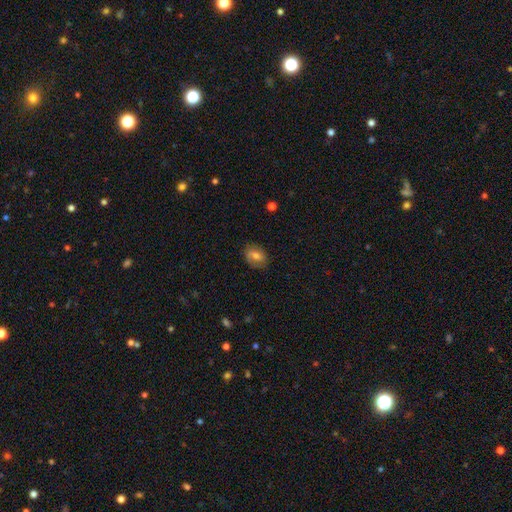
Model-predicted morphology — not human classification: Q: Smooth or featured?
A: smooth (51%); runner-up: featured or disk (39%)
Q: How rounded?
A: in between (67%); runner-up: round (32%)
Q: Merging?
A: none (76%); runner-up: minor disturbance (17%)